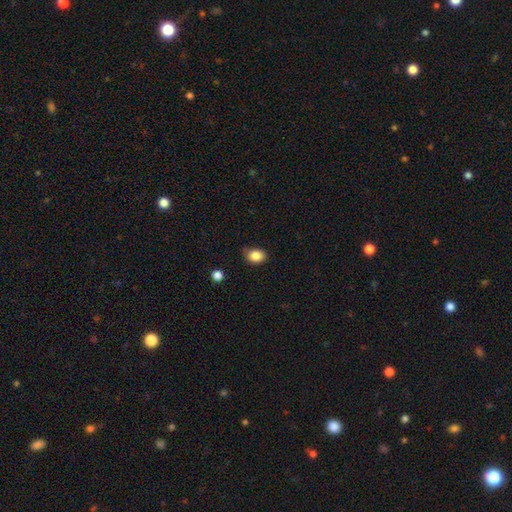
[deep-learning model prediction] This is clearly a smooth galaxy (86%). How rounded: likely in between (65%). Merging: likely none (74%).